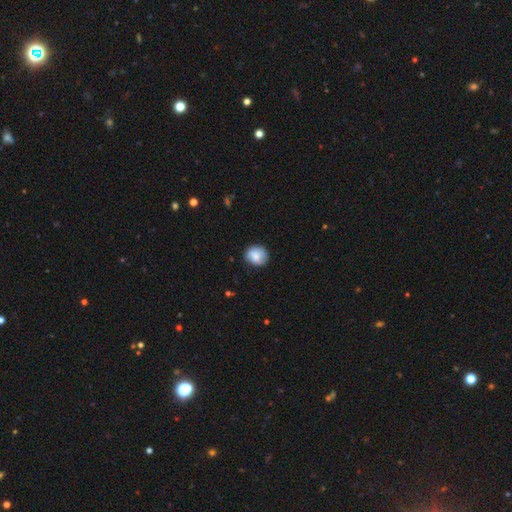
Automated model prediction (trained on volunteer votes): Q: Smooth or featured?
A: smooth (77%); runner-up: featured or disk (15%)
Q: How rounded?
A: round (79%); runner-up: in between (20%)
Q: Merging?
A: none (76%); runner-up: minor disturbance (19%)